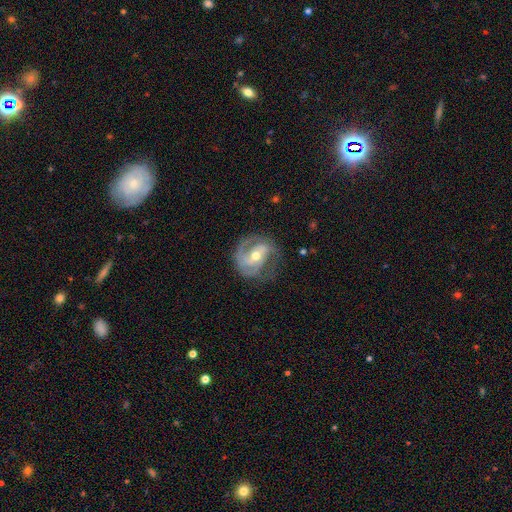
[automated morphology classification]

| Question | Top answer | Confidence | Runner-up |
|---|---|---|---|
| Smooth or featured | featured or disk | 84% | smooth (11%) |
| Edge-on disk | no | 97% | yes (3%) |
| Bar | weak | 40% | no (31%) |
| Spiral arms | yes | 93% | no (7%) |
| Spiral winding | medium | 45% | tight (39%) |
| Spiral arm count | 2 | 63% | 3 (12%) |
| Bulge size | moderate | 68% | small (27%) |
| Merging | none | 61% | minor disturbance (22%) |